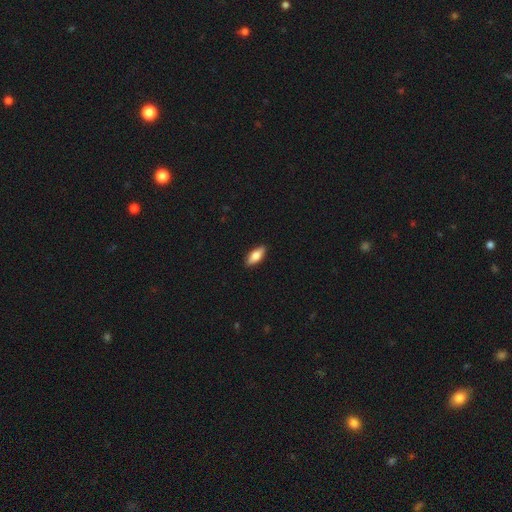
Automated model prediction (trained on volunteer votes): Smooth or featured: smooth — 74% (featured or disk — 20%)
How rounded: in between — 77% (cigar-shaped — 20%)
Merging: none — 90% (minor disturbance — 8%)